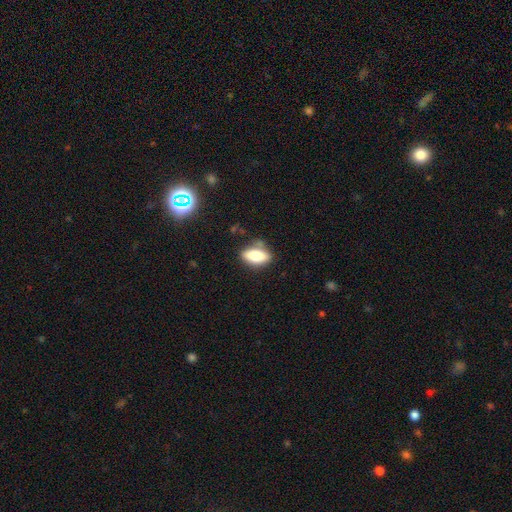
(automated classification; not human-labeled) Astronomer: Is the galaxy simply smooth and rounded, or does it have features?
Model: smooth — 77%.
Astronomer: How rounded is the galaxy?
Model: in between — 83%.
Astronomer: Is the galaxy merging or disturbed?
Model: none — 71%.